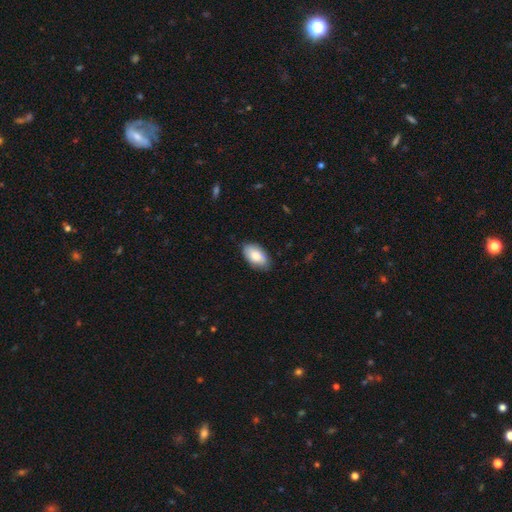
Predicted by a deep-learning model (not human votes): This appears to be a smooth galaxy with no disk features (83%) that is in between round and cigar-shaped (95%). Merging: none (84%).